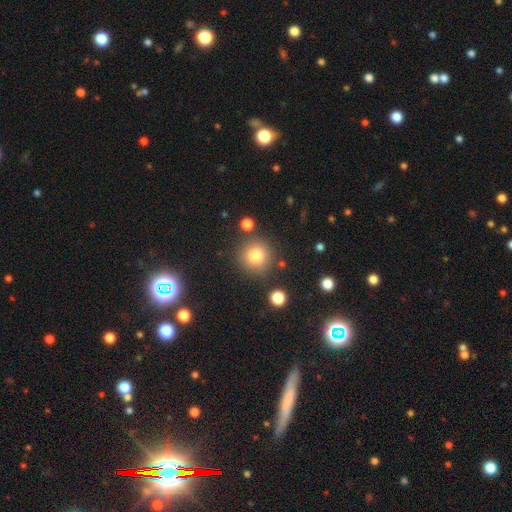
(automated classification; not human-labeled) This appears to be a smooth galaxy with no disk features (80%) that is round (92%). Merging: none (82%).